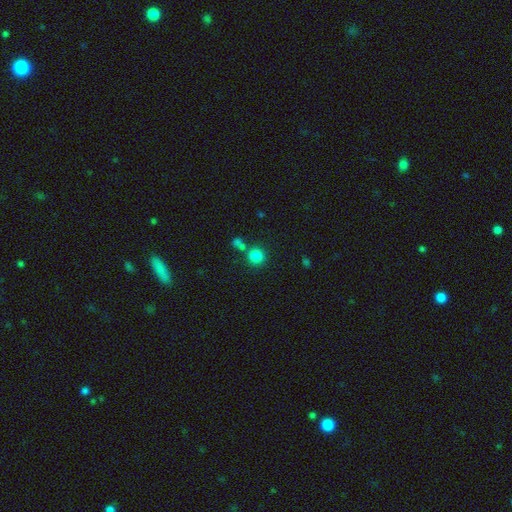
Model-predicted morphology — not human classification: A smooth galaxy with no disk features (83%) that is round (90%).

Vote fractions:
- Smooth or featured? smooth: 83% / star or artifact: 12% / featured or disk: 5%
- How rounded? round: 90% / in between: 9% / cigar-shaped: 1%
- Merging? none: 70% / merger: 17% / minor disturbance: 9% / major disturbance: 4%